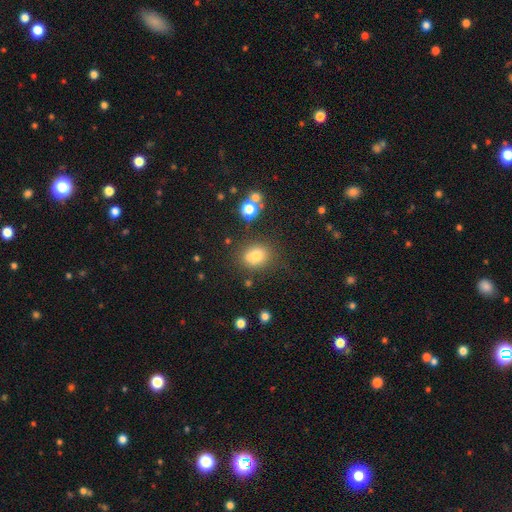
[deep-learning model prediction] Morphology: type=smooth (74%); roundness=round (56%); merging=none (57%).